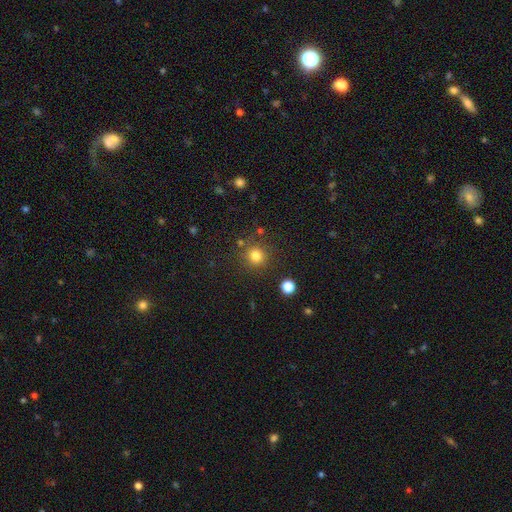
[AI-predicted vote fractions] smooth_or_featured: smooth (p=0.81) [alt: star or artifact p=0.14]
how_rounded: round (p=0.92) [alt: in between p=0.07]
merging: none (p=0.84) [alt: minor disturbance p=0.08]